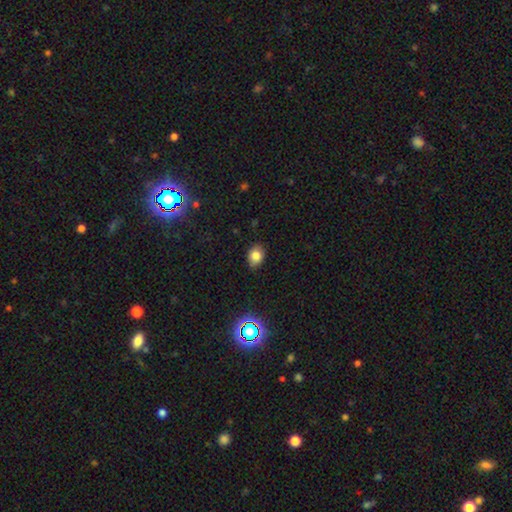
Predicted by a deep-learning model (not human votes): Smooth or featured?
  - smooth: 80% *
  - star or artifact: 12%
  - featured or disk: 8%
How rounded?
  - in between: 66% *
  - round: 33%
  - cigar-shaped: 1%
Merging?
  - none: 82% *
  - minor disturbance: 14%
  - major disturbance: 2%
  - merger: 1%